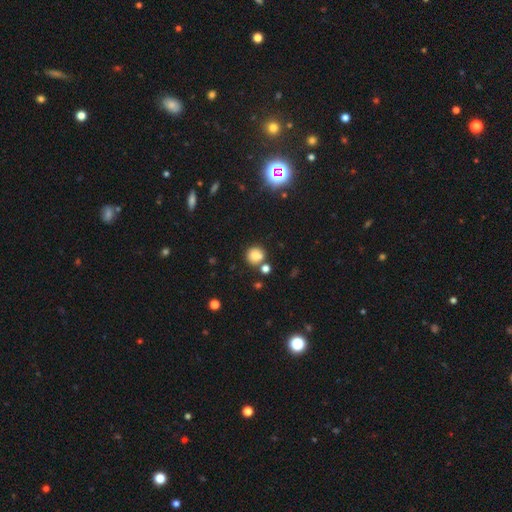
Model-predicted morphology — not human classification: type=smooth (79%); roundness=round (89%); merging=none (68%).